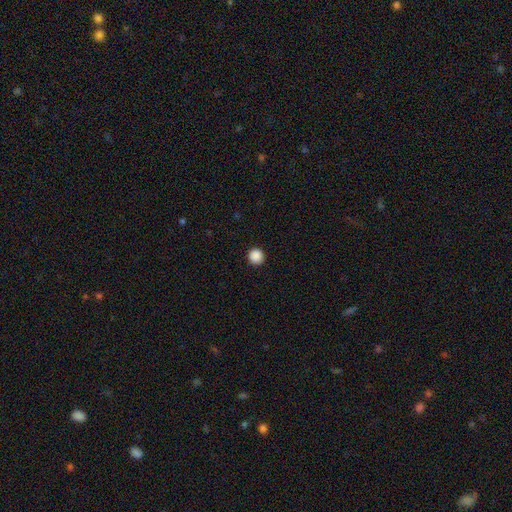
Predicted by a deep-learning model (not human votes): smooth-or-featured: smooth: 89% | star or artifact: 9% | featured or disk: 2%
  how-rounded: round: 96% | in between: 3% | cigar-shaped: 1%
  merging: none: 93% | minor disturbance: 5% | major disturbance: 2% | merger: 1%